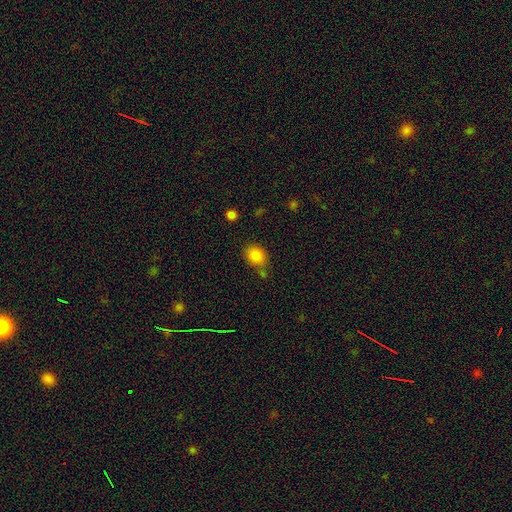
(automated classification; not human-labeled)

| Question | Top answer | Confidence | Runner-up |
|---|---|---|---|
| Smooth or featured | smooth | 85% | star or artifact (10%) |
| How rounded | in between | 52% | round (47%) |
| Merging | none | 67% | minor disturbance (18%) |